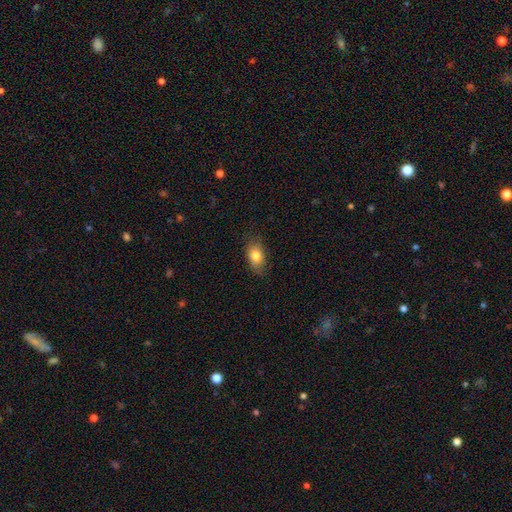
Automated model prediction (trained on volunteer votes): Q: Smooth or featured?
A: smooth (80%); runner-up: featured or disk (12%)
Q: How rounded?
A: in between (83%); runner-up: round (14%)
Q: Merging?
A: none (77%); runner-up: minor disturbance (18%)